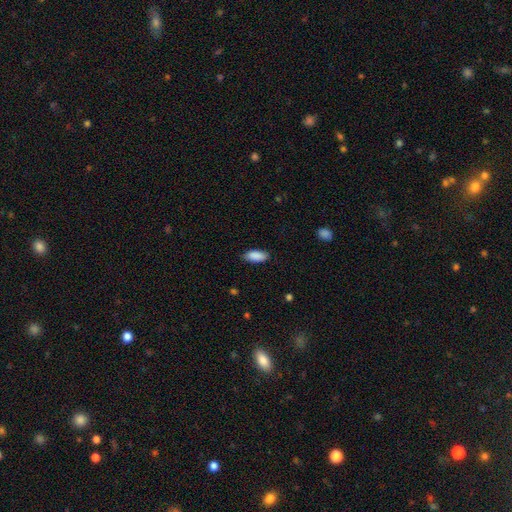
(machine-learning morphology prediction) smooth-or-featured: smooth: 90% | star or artifact: 6% | featured or disk: 4%
  how-rounded: in between: 87% | cigar-shaped: 11% | round: 2%
  merging: none: 85% | minor disturbance: 11% | major disturbance: 2% | merger: 1%